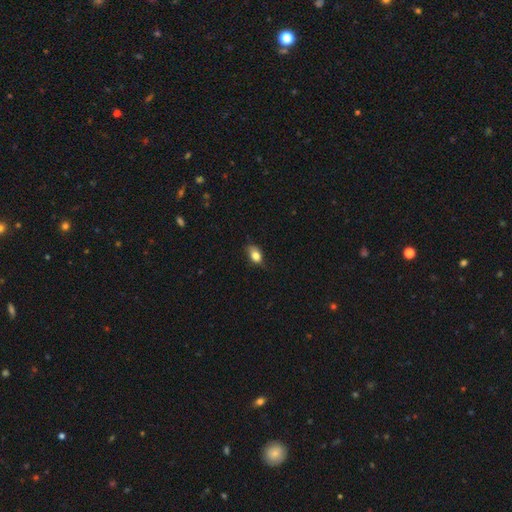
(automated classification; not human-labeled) A smooth galaxy with no disk features (80%) that is in between round and cigar-shaped (81%).

Vote fractions:
- Smooth or featured? smooth: 80% / featured or disk: 12% / star or artifact: 8%
- How rounded? in between: 81% / round: 16% / cigar-shaped: 3%
- Merging? none: 60% / minor disturbance: 31% / major disturbance: 8% / merger: 1%